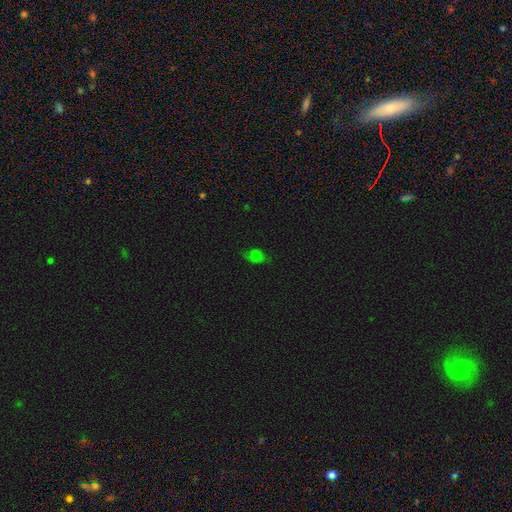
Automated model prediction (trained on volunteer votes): Smooth or featured: smooth — 65% (star or artifact — 23%)
How rounded: in between — 75% (round — 23%)
Merging: none — 56% (minor disturbance — 30%)